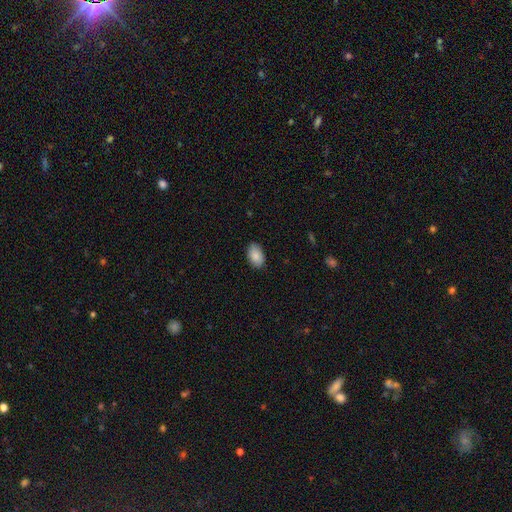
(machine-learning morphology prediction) This appears to be a smooth galaxy with no disk features (88%) that is in between round and cigar-shaped (92%). Merging: none (85%).